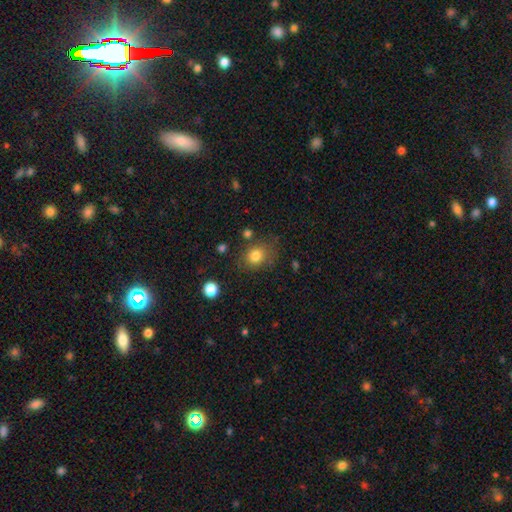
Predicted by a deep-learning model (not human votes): A smooth galaxy with no disk features (81%) that is round (60%). Merging: none (71%).